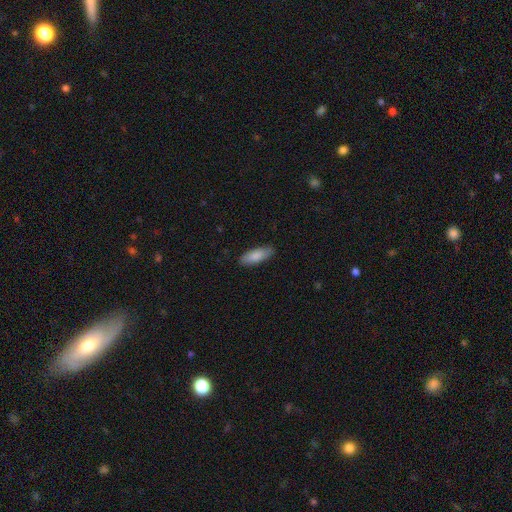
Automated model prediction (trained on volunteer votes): The model was most divided on "how rounded": in between: 66%, cigar-shaped: 32%, round: 2%. More confident: merging — none (87%); smooth or featured — smooth (85%).